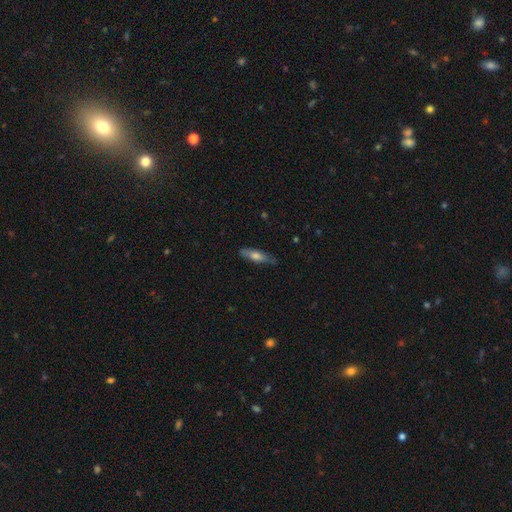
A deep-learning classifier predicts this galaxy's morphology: This appears to be a smooth galaxy with no disk features (57%) that is cigar-shaped (69%). Merging: none (80%).